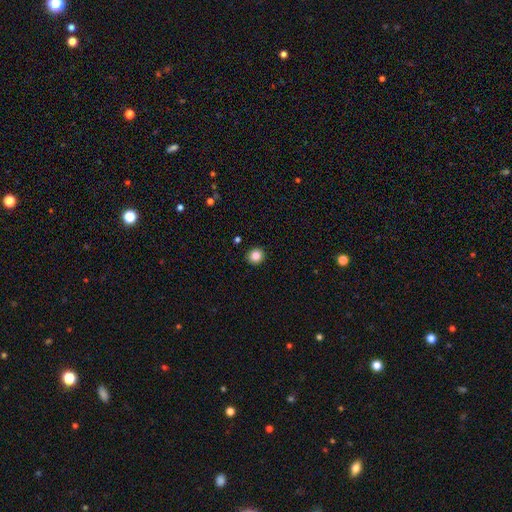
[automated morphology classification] The model was most divided on "how rounded": round: 86%, in between: 13%, cigar-shaped: 1%. More confident: merging — none (92%); smooth or featured — smooth (85%).